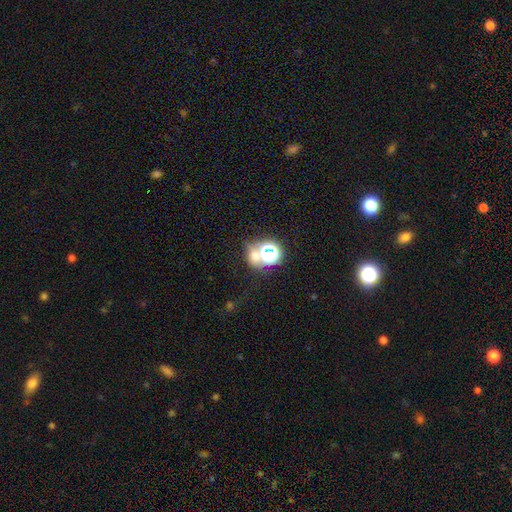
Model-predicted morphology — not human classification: type=smooth (51%); roundness=round (71%); merging=none (51%).